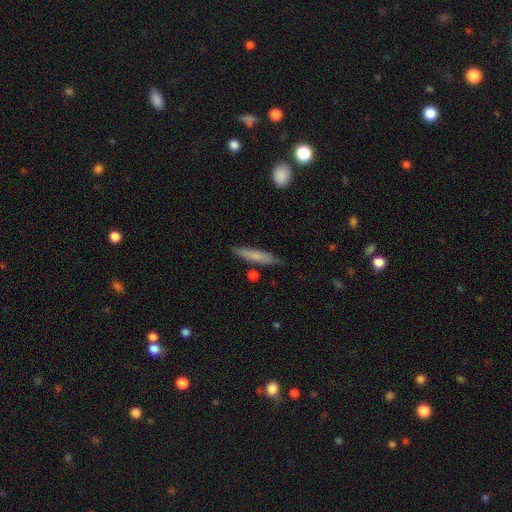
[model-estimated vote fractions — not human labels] A smooth galaxy with no disk features (74%) that is cigar-shaped (89%). Merging: none (83%).